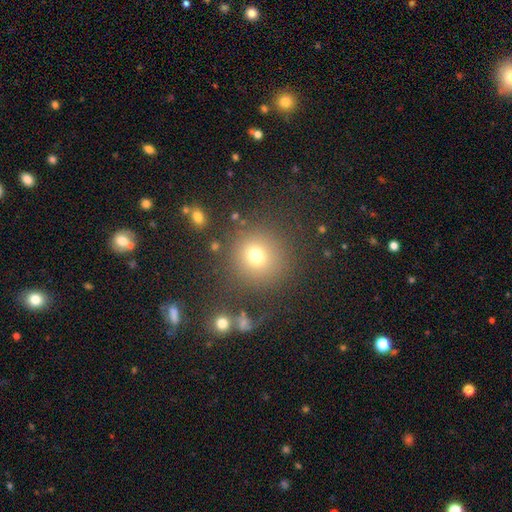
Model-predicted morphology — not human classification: A smooth galaxy with no disk features (72%) that is round (92%).

Vote fractions:
- Smooth or featured? smooth: 72% / star or artifact: 18% / featured or disk: 10%
- How rounded? round: 92% / in between: 7% / cigar-shaped: 1%
- Merging? none: 80% / minor disturbance: 9% / major disturbance: 6% / merger: 5%